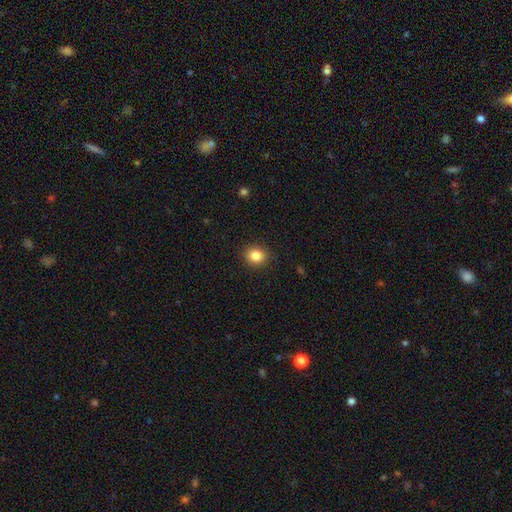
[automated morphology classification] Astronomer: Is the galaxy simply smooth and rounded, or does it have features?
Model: smooth — 85%.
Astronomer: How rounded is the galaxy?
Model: round — 77%.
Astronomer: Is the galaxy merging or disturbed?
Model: none — 91%.